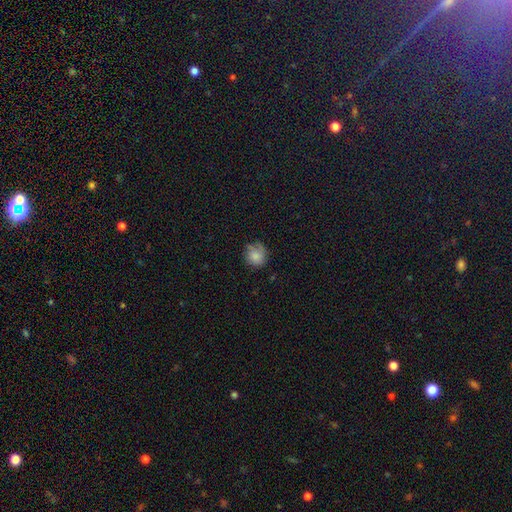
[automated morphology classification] Smooth or featured?
  - smooth: 79% *
  - featured or disk: 13%
  - star or artifact: 9%
How rounded?
  - round: 84% *
  - in between: 15%
  - cigar-shaped: 1%
Merging?
  - none: 61% *
  - minor disturbance: 28%
  - major disturbance: 10%
  - merger: 2%